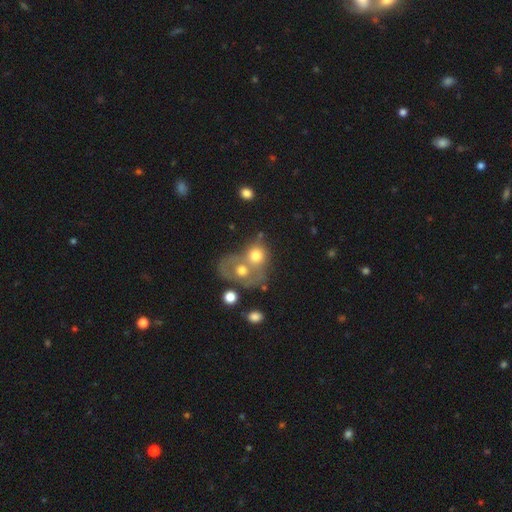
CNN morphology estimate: This is likely a smooth galaxy (63%). How rounded: likely round (66%). Merging: likely merger (61%).